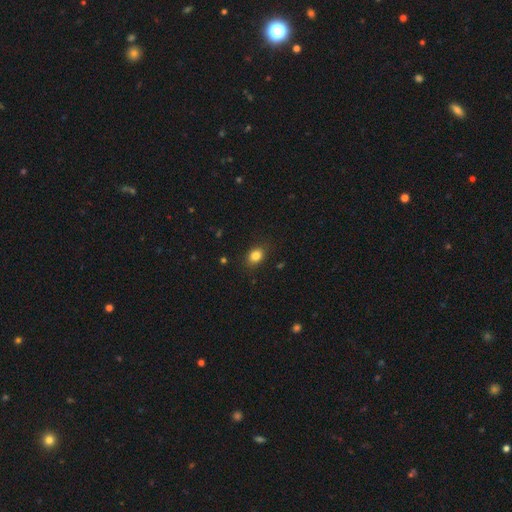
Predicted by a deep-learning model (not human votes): Smooth or featured? Predicted: smooth (p=0.84). How rounded? Predicted: in between (p=0.62). Merging? Predicted: none (p=0.84).